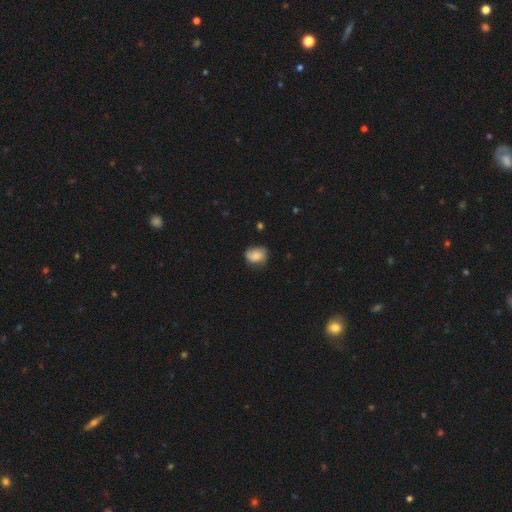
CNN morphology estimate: Overall: smooth (73%). How rounded: in between (58%; round 41%). Merging: none (61%; minor disturbance 30%).